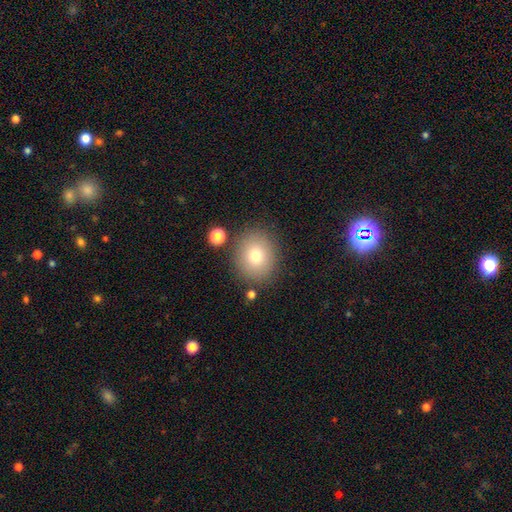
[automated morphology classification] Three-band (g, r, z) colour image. It shows a smooth galaxy with no disk features (76%) that is round (72%). Merging: none (83%).